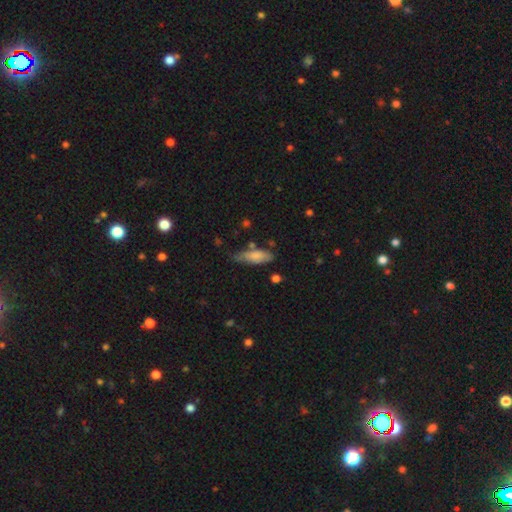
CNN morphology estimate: smooth-or-featured: smooth: 78% | featured or disk: 16% | star or artifact: 6%
  how-rounded: in between: 64% | cigar-shaped: 34% | round: 2%
  merging: none: 56% | minor disturbance: 32% | major disturbance: 7% | merger: 5%